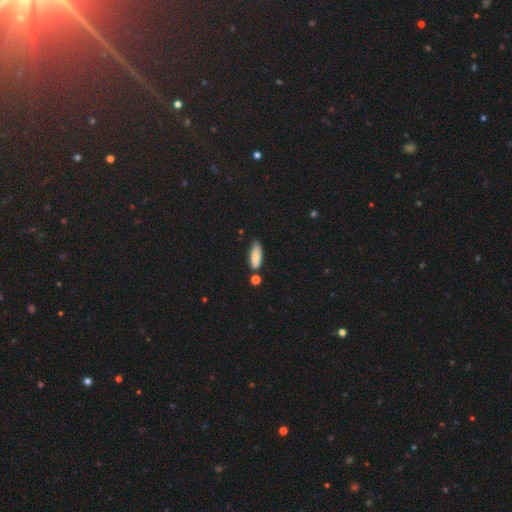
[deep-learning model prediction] smooth_or_featured: smooth (p=0.82) [alt: featured or disk p=0.11]
how_rounded: in between (p=0.68) [alt: cigar-shaped p=0.29]
merging: none (p=0.68) [alt: minor disturbance p=0.21]